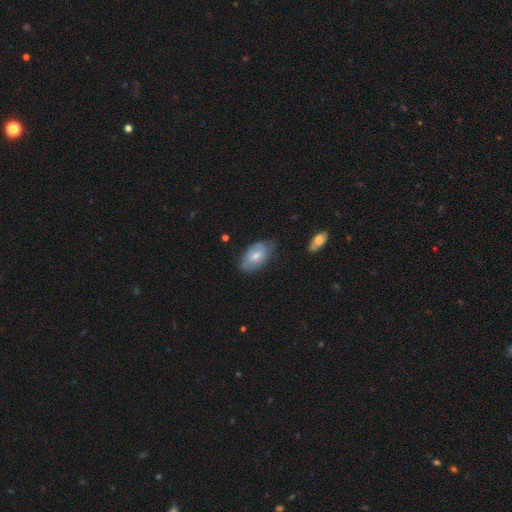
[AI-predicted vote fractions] smooth_or_featured: smooth (p=0.56) [alt: featured or disk p=0.38]
how_rounded: in between (p=0.92) [alt: round p=0.06]
merging: none (p=0.66) [alt: minor disturbance p=0.27]